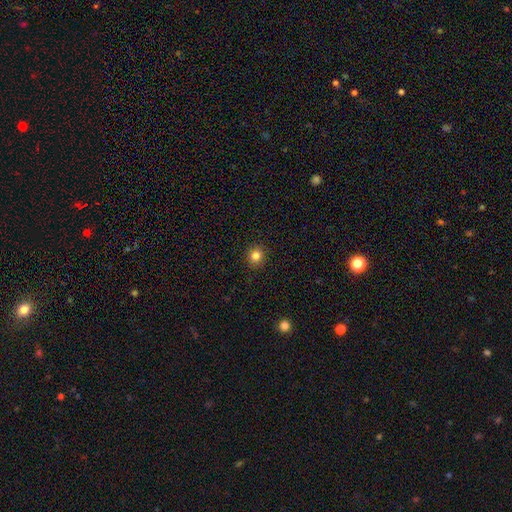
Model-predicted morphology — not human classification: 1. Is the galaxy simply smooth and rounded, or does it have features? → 83% smooth, 12% star or artifact, 5% featured or disk.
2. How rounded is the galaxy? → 90% round, 9% in between, 1% cigar-shaped.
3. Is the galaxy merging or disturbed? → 92% none, 5% minor disturbance, 2% major disturbance, 1% merger.